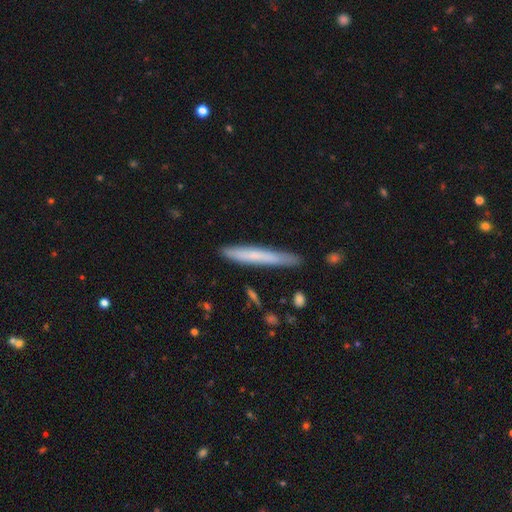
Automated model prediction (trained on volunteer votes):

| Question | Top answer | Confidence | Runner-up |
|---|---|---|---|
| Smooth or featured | smooth | 62% | featured or disk (31%) |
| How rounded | cigar-shaped | 96% | in between (3%) |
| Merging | none | 83% | minor disturbance (13%) |